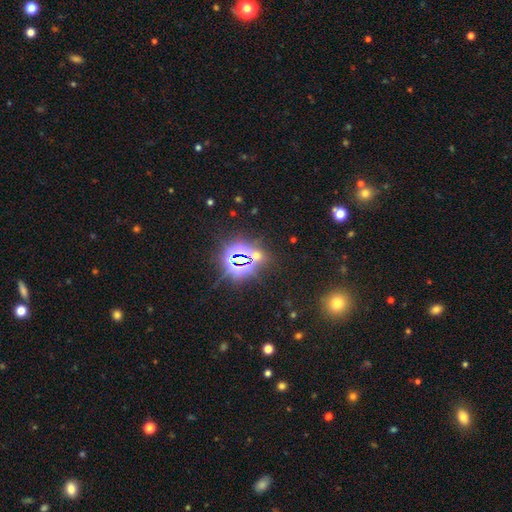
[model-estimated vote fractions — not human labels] This appears to be a star or artifact, not a galaxy (74%).